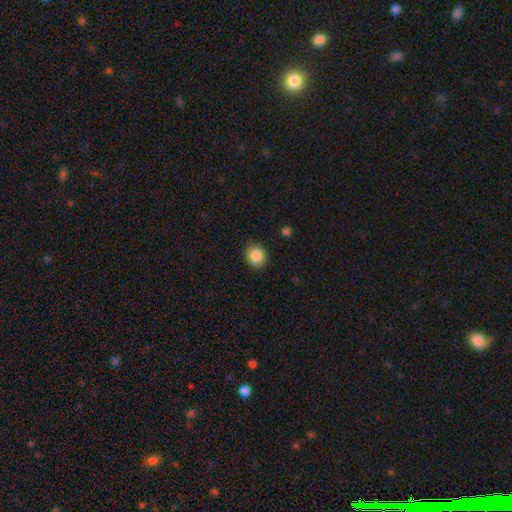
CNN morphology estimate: Q: Smooth or featured?
A: smooth (87%); runner-up: star or artifact (8%)
Q: How rounded?
A: round (72%); runner-up: in between (27%)
Q: Merging?
A: none (87%); runner-up: minor disturbance (9%)